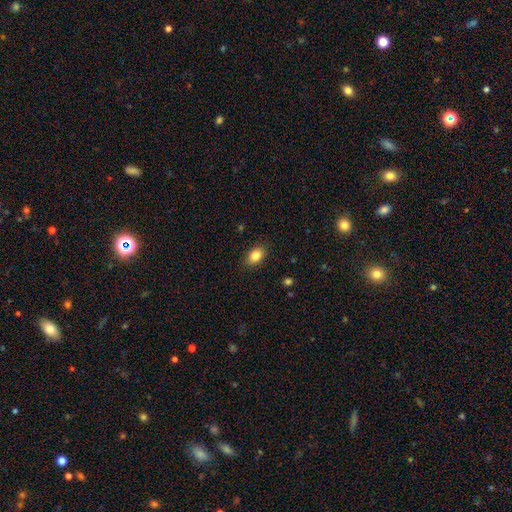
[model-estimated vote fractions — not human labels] The model was most divided on "how rounded": in between: 80%, round: 18%, cigar-shaped: 1%. More confident: merging — none (87%); smooth or featured — smooth (84%).